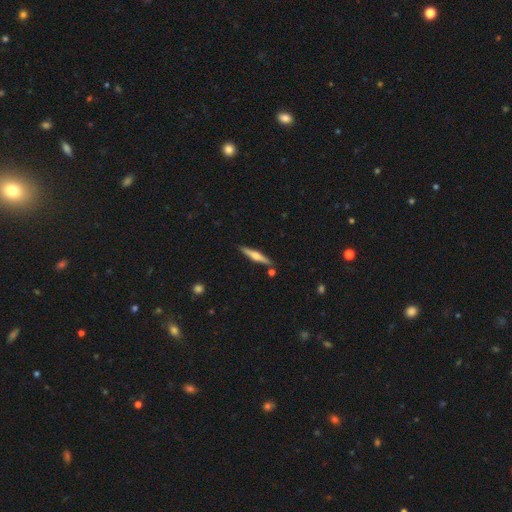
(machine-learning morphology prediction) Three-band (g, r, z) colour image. It shows a featured or disk galaxy (61%) viewed edge-on (97%) with a rounded central bulge (87%). Merging: none (87%).